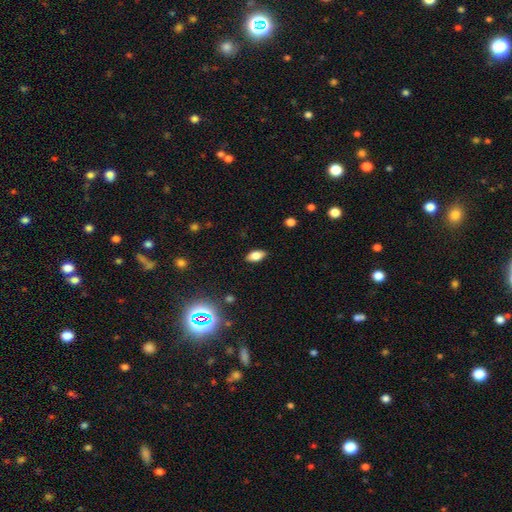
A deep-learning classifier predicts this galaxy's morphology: Smooth or featured? Predicted: smooth (p=0.78). How rounded? Predicted: in between (p=0.89). Merging? Predicted: none (p=0.87).